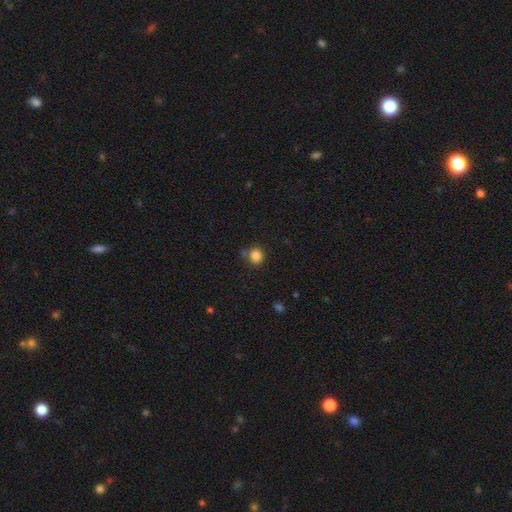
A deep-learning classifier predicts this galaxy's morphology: This appears to be a smooth galaxy with no disk features (85%) that is round (85%). Merging: none (78%).